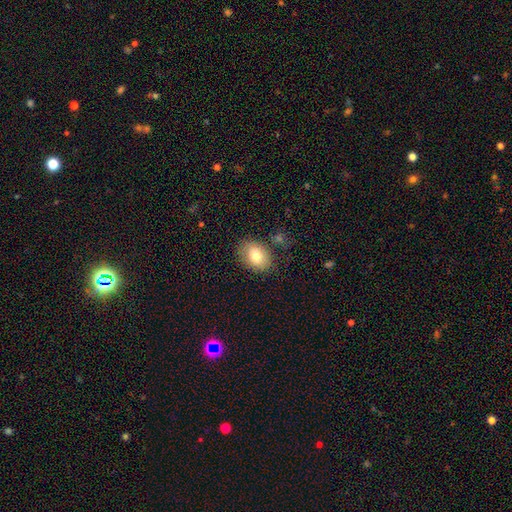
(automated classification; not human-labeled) This is likely a smooth galaxy (78%). How rounded: likely in between (75%). Merging: likely none (77%).